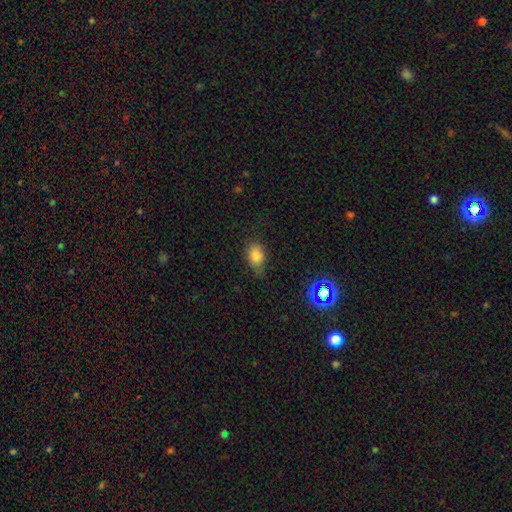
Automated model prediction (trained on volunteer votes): smooth 81%, star or artifact 12%, featured or disk 7%. Down the decision tree: how rounded — in between (82%); merging — none (63%).